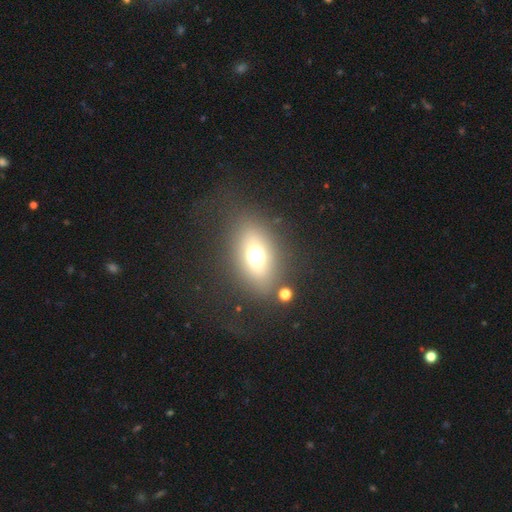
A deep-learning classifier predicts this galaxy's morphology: This is likely a smooth galaxy (60%). How rounded: likely in between (65%). Merging: likely none (79%).